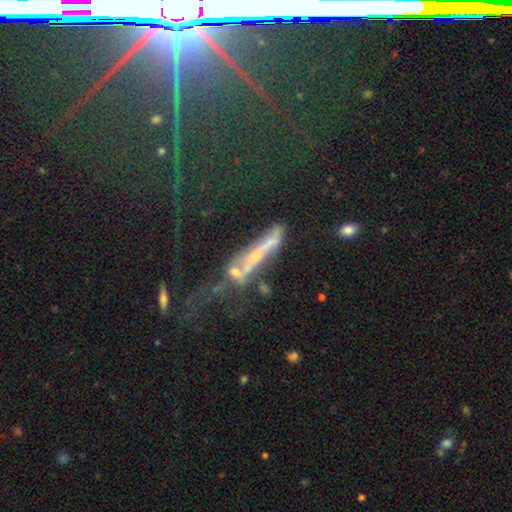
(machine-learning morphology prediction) The model was most divided on "merging": none: 30%, merger: 26%, major disturbance: 24%, minor disturbance: 19%. More confident: edge-on disk — yes (61%); smooth or featured — featured or disk (54%).